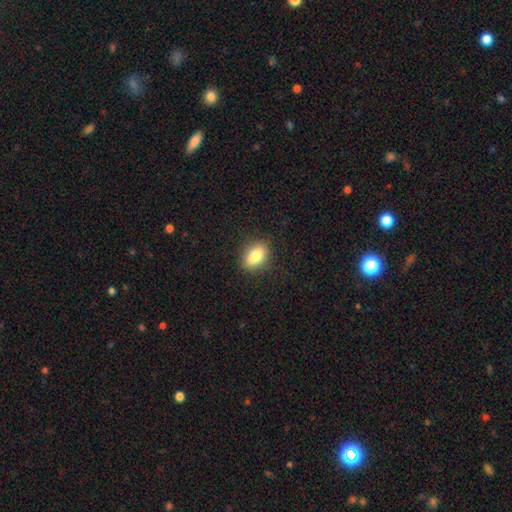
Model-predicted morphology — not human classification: The model was most divided on "how rounded": in between: 78%, round: 19%, cigar-shaped: 2%. More confident: merging — none (87%); smooth or featured — smooth (81%).